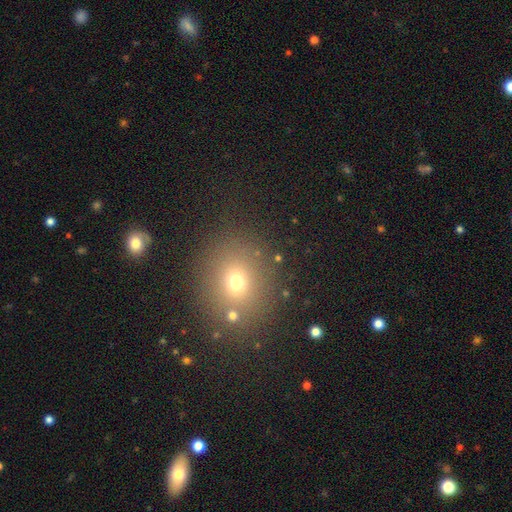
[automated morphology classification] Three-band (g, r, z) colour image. It shows a smooth galaxy with no disk features (62%) that is round (74%). Merging: none (85%).